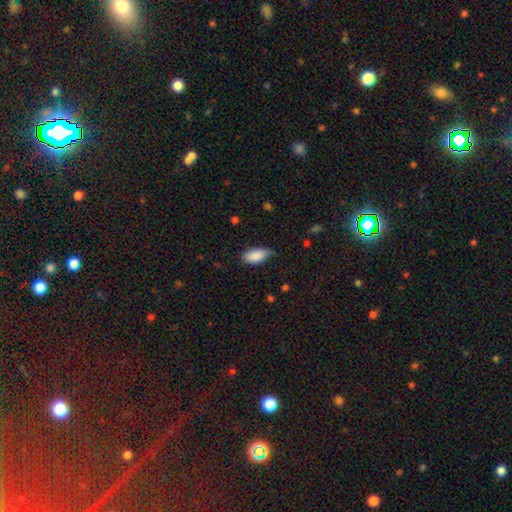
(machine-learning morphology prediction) This appears to be a smooth galaxy with no disk features (88%) that is in between round and cigar-shaped (92%). Merging: none (67%).